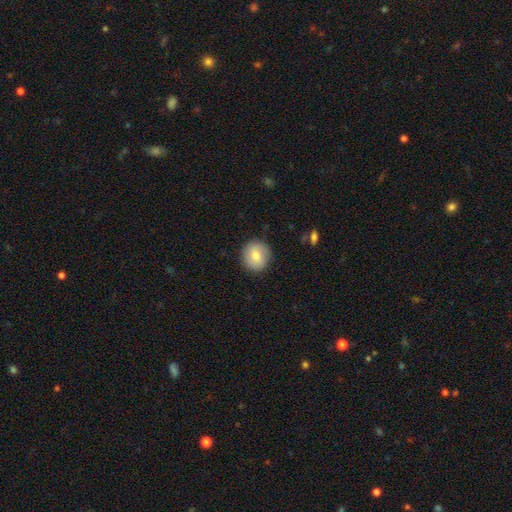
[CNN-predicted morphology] Smooth or featured? smooth (74%)
How rounded? round (91%)
Merging? none (89%)